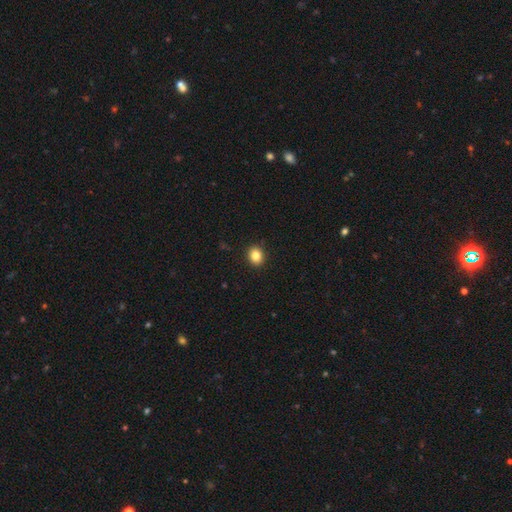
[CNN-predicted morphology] Smooth or featured: smooth — 84% (star or artifact — 10%)
How rounded: round — 62% (in between — 38%)
Merging: none — 91% (minor disturbance — 6%)